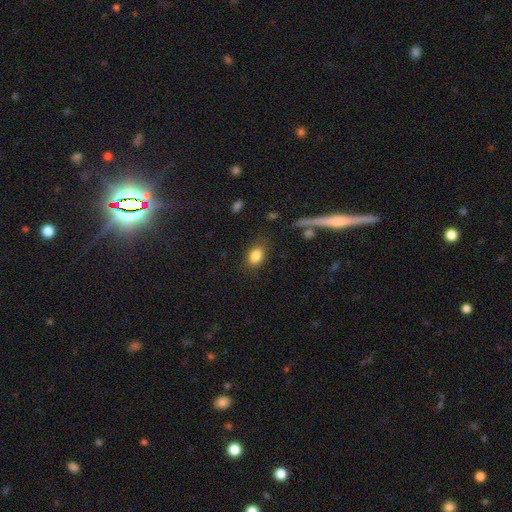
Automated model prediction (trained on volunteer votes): Smooth or featured? smooth (83%)
How rounded? in between (78%)
Merging? none (80%)